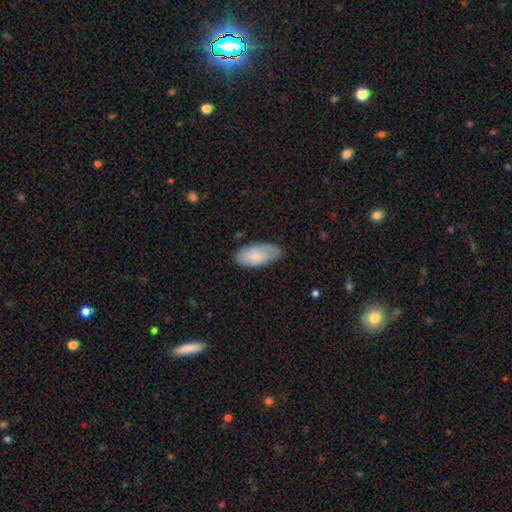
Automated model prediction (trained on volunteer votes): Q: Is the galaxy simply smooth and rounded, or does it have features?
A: smooth — 68%.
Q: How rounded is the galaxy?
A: in between — 93%.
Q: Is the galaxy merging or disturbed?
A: none — 67%.